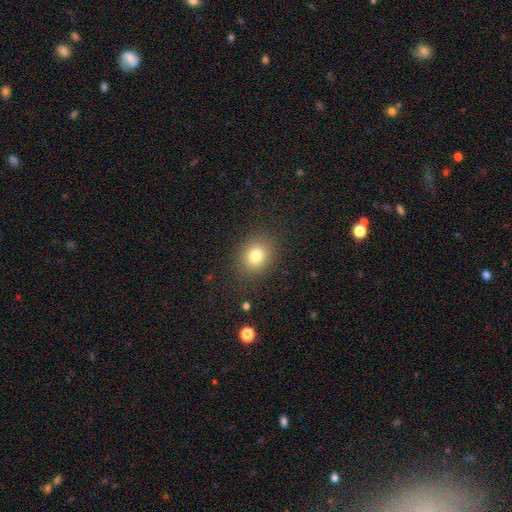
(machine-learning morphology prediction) Smooth or featured? Predicted: smooth (p=0.78). How rounded? Predicted: round (p=0.61). Merging? Predicted: none (p=0.86).